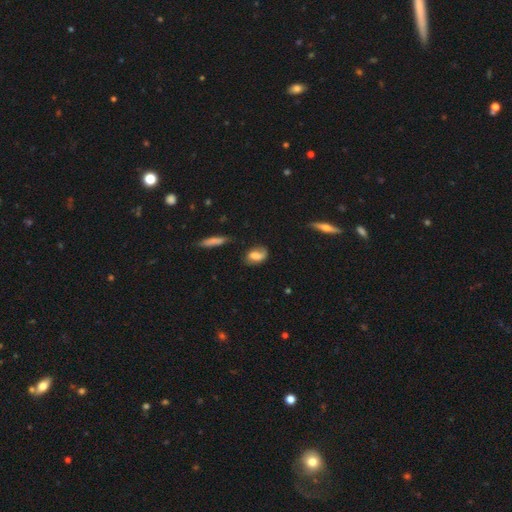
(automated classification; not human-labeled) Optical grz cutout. It shows a smooth galaxy with no disk features (62%) that is in between round and cigar-shaped (82%). Merging: none (64%).